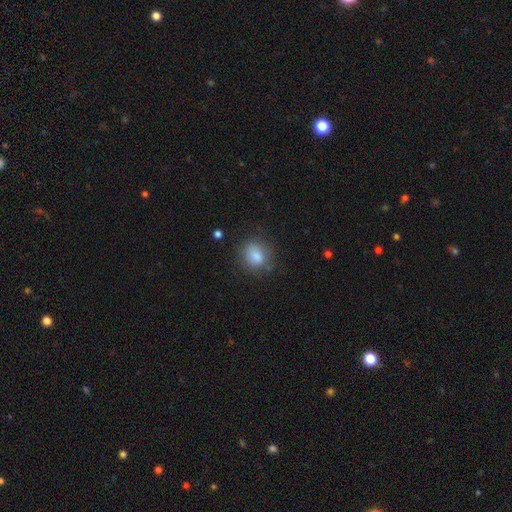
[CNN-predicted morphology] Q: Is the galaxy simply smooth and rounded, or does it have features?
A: smooth — 84%.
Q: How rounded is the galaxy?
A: round — 61%.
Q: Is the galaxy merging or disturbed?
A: none — 74%.